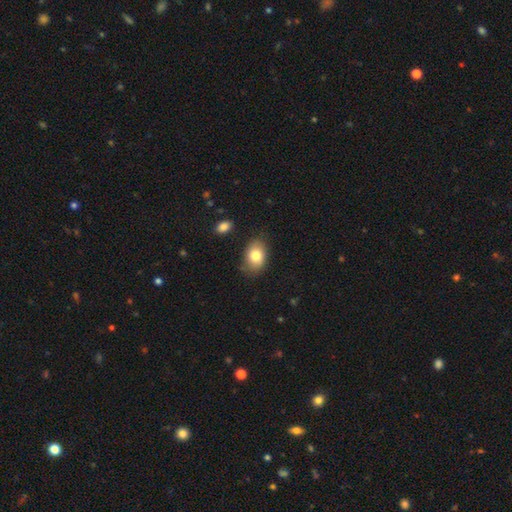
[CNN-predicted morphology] A smooth galaxy with no disk features (80%) that is in between round and cigar-shaped (80%).

Vote fractions:
- Smooth or featured? smooth: 80% / featured or disk: 11% / star or artifact: 8%
- How rounded? in between: 80% / round: 19% / cigar-shaped: 1%
- Merging? none: 78% / minor disturbance: 16% / major disturbance: 3% / merger: 2%